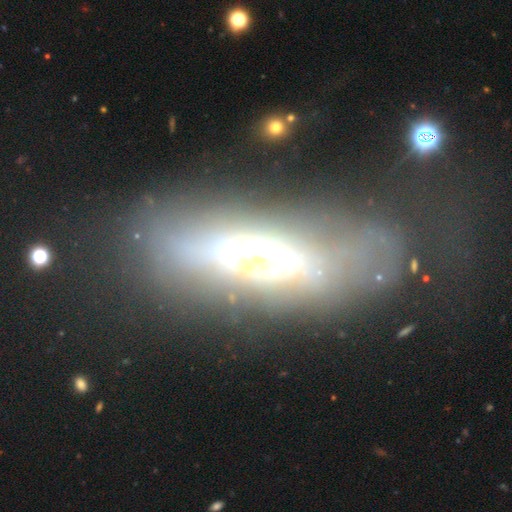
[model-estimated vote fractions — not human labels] A featured or disk galaxy (56%) viewed edge-on (53%).

Vote fractions:
- Smooth or featured? featured or disk: 56% / smooth: 28% / star or artifact: 16%
- Edge-on disk? yes: 53% / no: 47%
- Merging? none: 52% / major disturbance: 23% / minor disturbance: 19% / merger: 5%